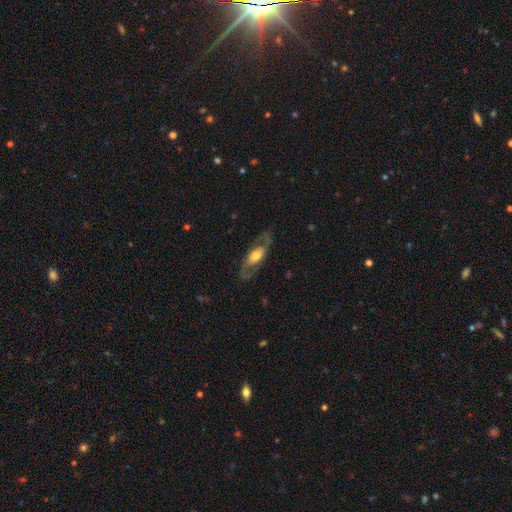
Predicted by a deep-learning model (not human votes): Smooth or featured: featured or disk — 68% (smooth — 26%)
Edge-on disk: no — 84% (yes — 16%)
Bar: no — 57% (weak — 28%)
Spiral arms: yes — 74% (no — 26%)
Bulge size: moderate — 55% (large — 25%)
Merging: none — 72% (minor disturbance — 15%)